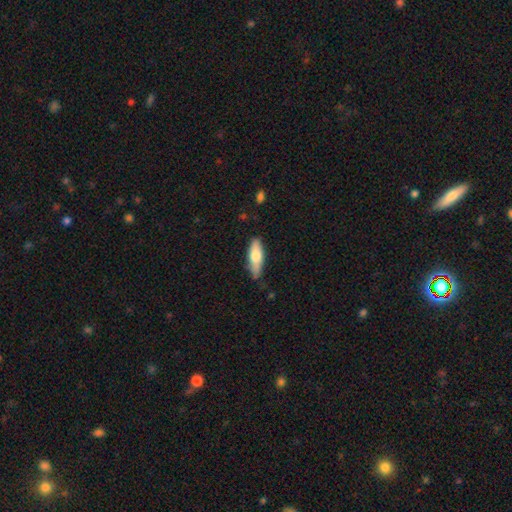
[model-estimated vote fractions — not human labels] Morphology: type=smooth (70%); roundness=in between (56%); merging=none (75%).